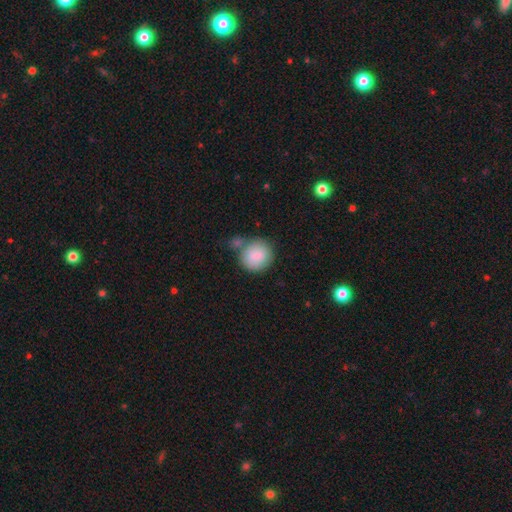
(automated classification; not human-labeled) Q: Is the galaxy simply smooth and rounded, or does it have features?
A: smooth — 86%.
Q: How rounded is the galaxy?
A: round — 85%.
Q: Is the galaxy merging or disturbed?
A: none — 54%.